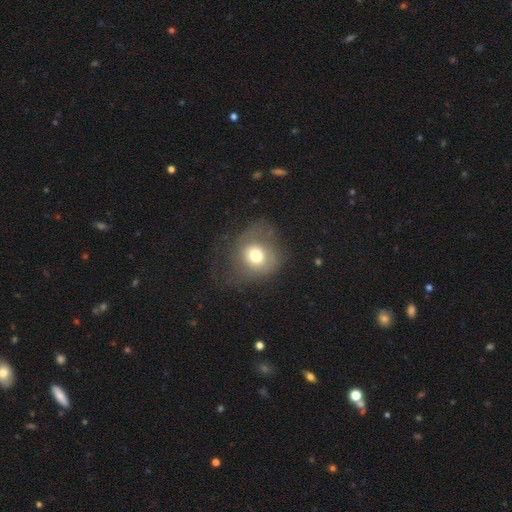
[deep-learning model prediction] A smooth galaxy with no disk features (66%) that is round (77%). Merging: none (47%).